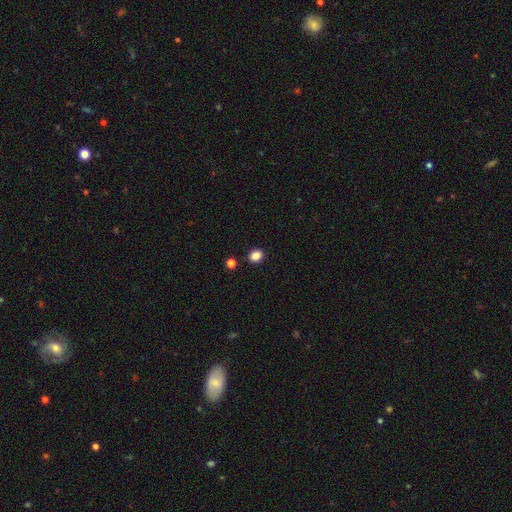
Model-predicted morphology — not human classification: smooth_or_featured: smooth (p=0.85) [alt: star or artifact p=0.11]
how_rounded: round (p=0.53) [alt: in between p=0.46]
merging: none (p=0.88) [alt: minor disturbance p=0.07]